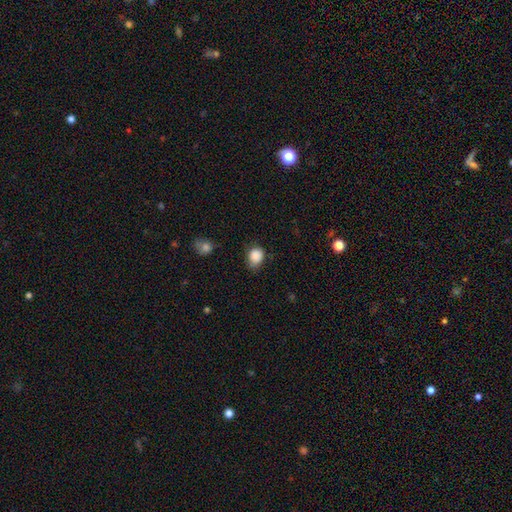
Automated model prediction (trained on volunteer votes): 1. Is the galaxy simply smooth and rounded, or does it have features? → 87% smooth, 9% star or artifact, 4% featured or disk.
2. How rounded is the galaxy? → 55% round, 44% in between, 1% cigar-shaped.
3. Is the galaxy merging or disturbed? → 62% none, 30% minor disturbance, 6% major disturbance, 2% merger.